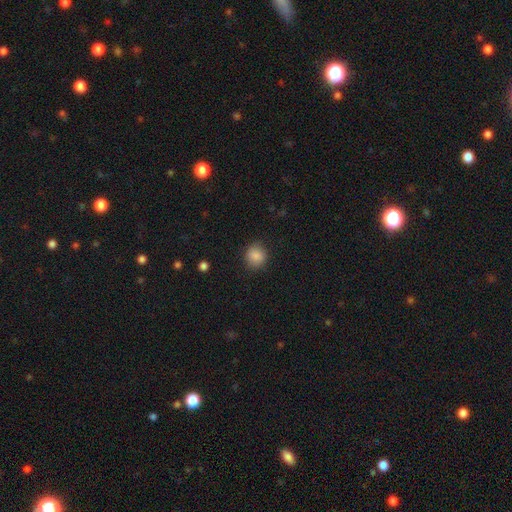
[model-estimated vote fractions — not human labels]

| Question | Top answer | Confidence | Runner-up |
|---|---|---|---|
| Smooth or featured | smooth | 86% | star or artifact (9%) |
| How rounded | round | 83% | in between (17%) |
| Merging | none | 85% | minor disturbance (10%) |